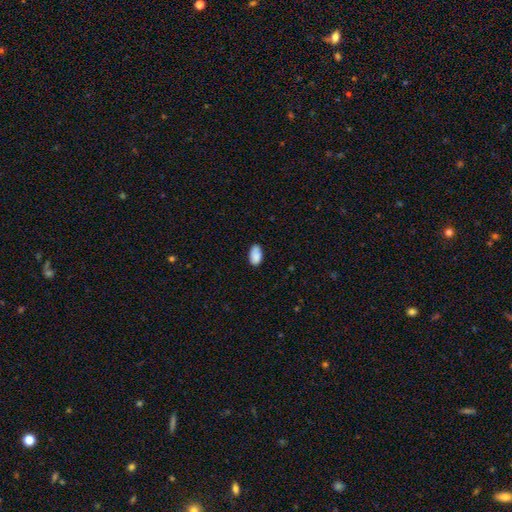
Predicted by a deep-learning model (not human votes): A smooth galaxy with no disk features (89%) that is in between round and cigar-shaped (94%). Merging: none (80%).